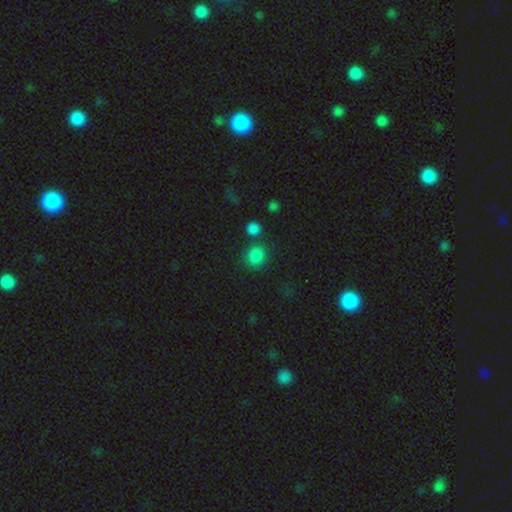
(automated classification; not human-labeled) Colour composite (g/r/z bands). It shows a smooth galaxy with no disk features (83%) that is round (82%). Merging: none (71%).